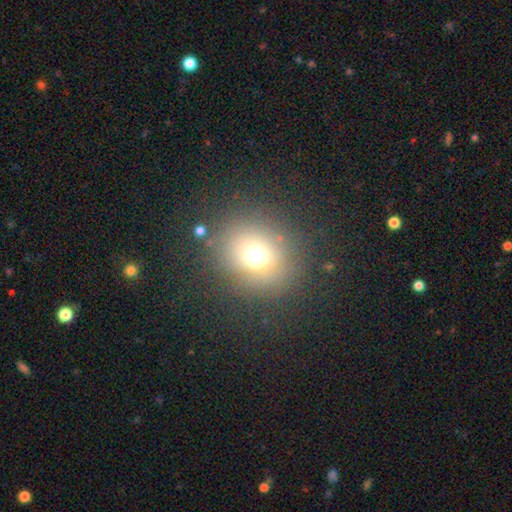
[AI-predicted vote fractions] This is likely a smooth galaxy (67%). How rounded: clearly round (82%). Merging: clearly none (81%).